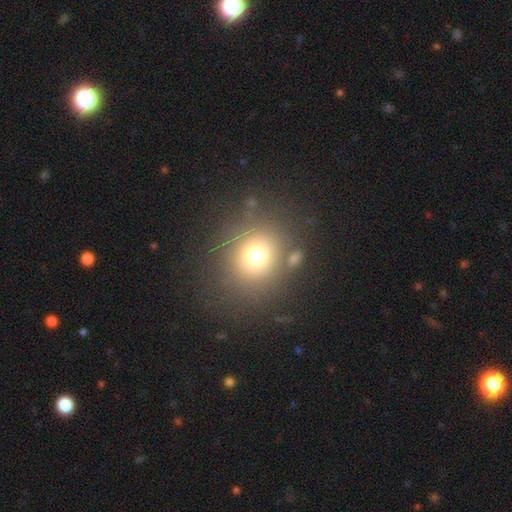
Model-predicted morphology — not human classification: Q: Smooth or featured?
A: smooth (72%); runner-up: star or artifact (16%)
Q: How rounded?
A: round (84%); runner-up: in between (15%)
Q: Merging?
A: none (77%); runner-up: minor disturbance (10%)